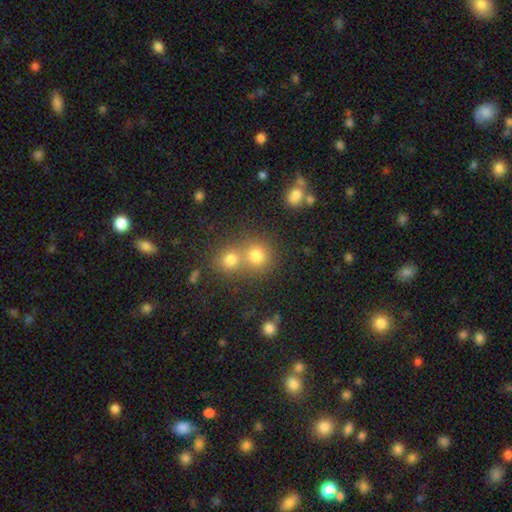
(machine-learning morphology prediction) The model was most divided on "merging": none: 48%, merger: 43%, minor disturbance: 6%, major disturbance: 3%. More confident: how rounded — round (86%); smooth or featured — smooth (76%).